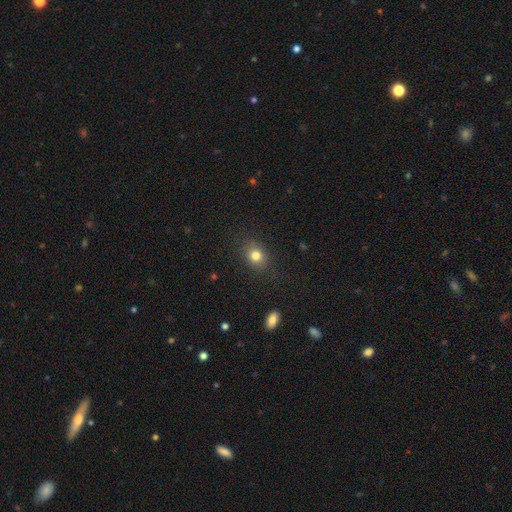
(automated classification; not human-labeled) Smooth or featured: smooth — 80% (star or artifact — 12%)
How rounded: round — 51% (in between — 47%)
Merging: none — 84% (minor disturbance — 11%)